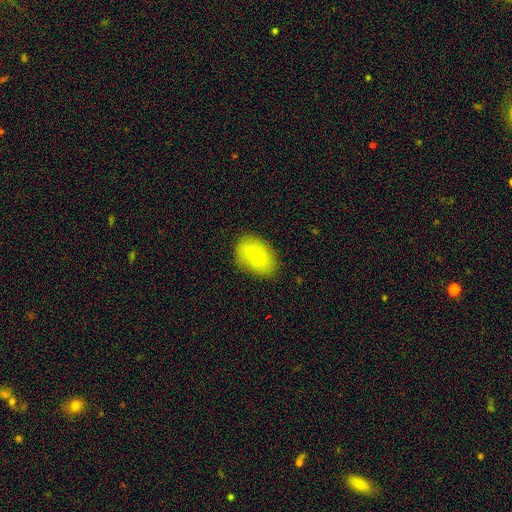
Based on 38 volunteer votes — Overall: smooth (68%; featured or disk 29%). How rounded: in between (85%). Merging: none (84%).